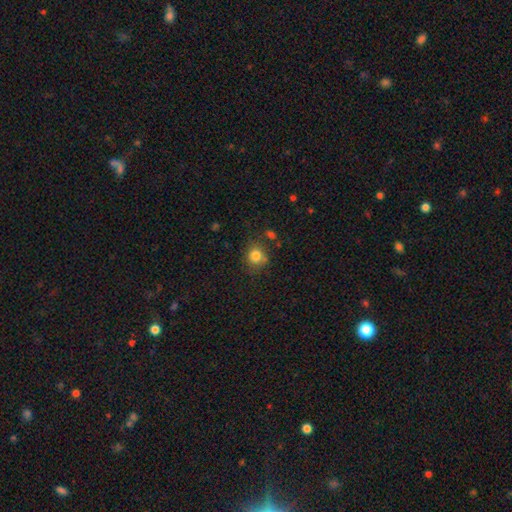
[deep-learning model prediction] The model was most divided on "merging": none: 72%, minor disturbance: 17%, merger: 6%, major disturbance: 5%. More confident: how rounded — round (83%); smooth or featured — smooth (81%).